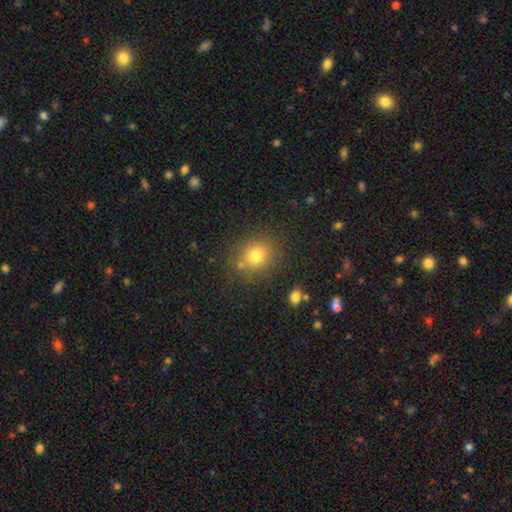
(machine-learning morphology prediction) Smooth or featured? Predicted: smooth (p=0.78). How rounded? Predicted: round (p=0.74). Merging? Predicted: none (p=0.80).